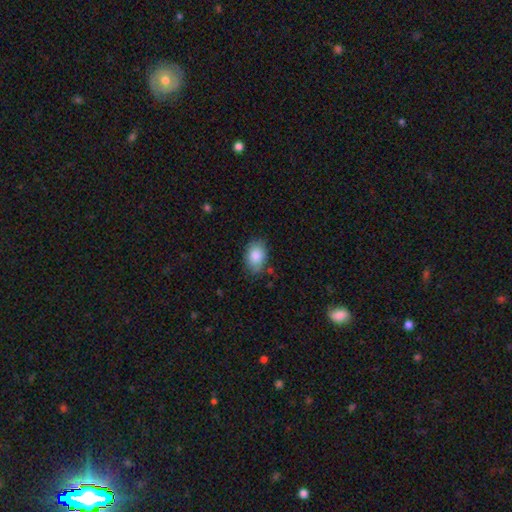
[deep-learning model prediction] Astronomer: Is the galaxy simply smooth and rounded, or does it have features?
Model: smooth — 86%.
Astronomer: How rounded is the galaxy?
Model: in between — 83%.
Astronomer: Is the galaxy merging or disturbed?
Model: none — 76%.